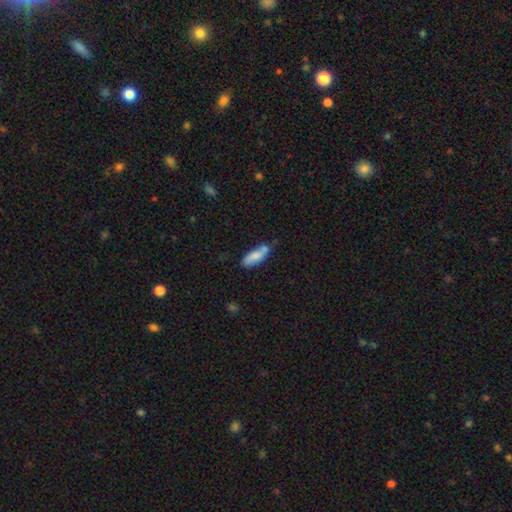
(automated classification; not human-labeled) This appears to be a smooth galaxy with no disk features (72%) that is in between round and cigar-shaped (60%). Merging: none (55%).